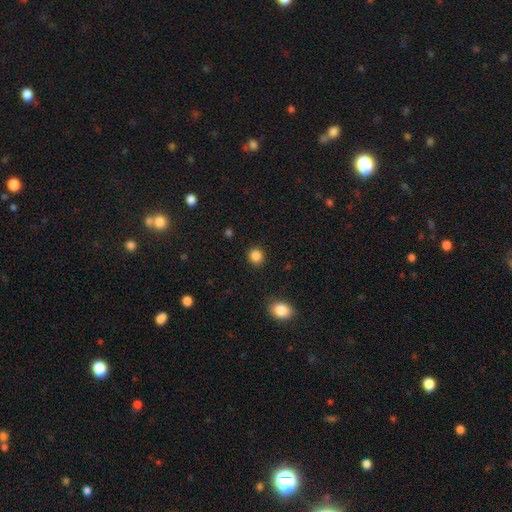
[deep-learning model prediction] A smooth galaxy with no disk features (85%) that is round (86%). Merging: none (90%).